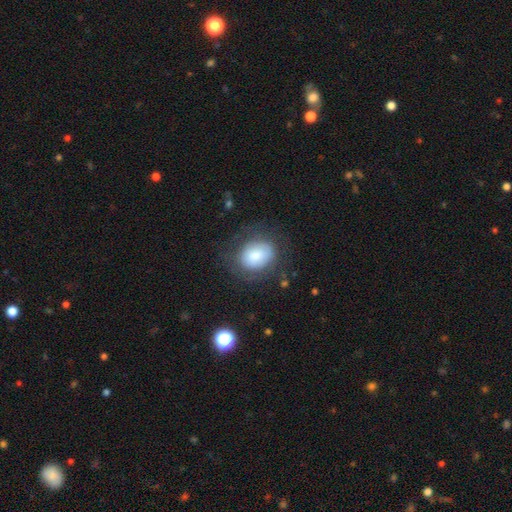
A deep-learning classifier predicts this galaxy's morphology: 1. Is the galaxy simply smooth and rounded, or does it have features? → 73% smooth, 19% featured or disk, 8% star or artifact.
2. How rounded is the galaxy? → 53% in between, 46% round, 1% cigar-shaped.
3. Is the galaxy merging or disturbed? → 65% none, 19% minor disturbance, 14% major disturbance, 2% merger.